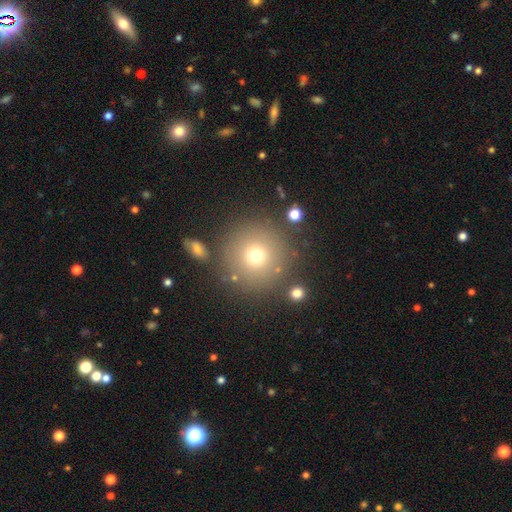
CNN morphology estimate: Smooth or featured? smooth (72%)
How rounded? round (95%)
Merging? none (84%)